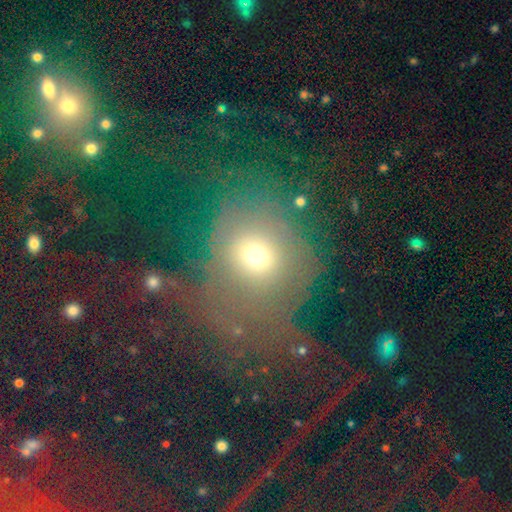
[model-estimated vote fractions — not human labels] Q: Smooth or featured?
A: smooth (57%); runner-up: featured or disk (23%)
Q: How rounded?
A: round (72%); runner-up: in between (27%)
Q: Merging?
A: major disturbance (45%); runner-up: none (34%)